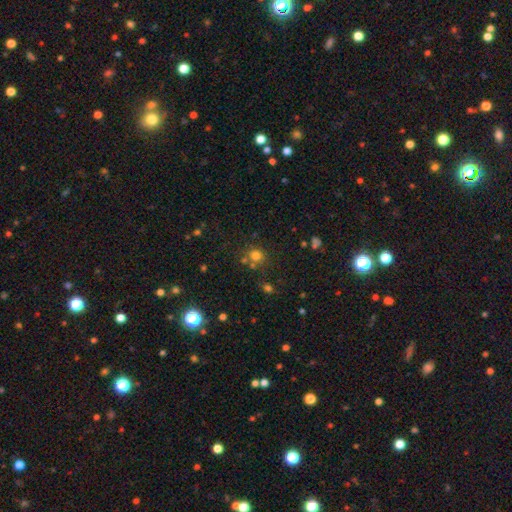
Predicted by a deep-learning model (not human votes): Smooth or featured? Predicted: smooth (p=0.74). How rounded? Predicted: round (p=0.85). Merging? Predicted: none (p=0.68).